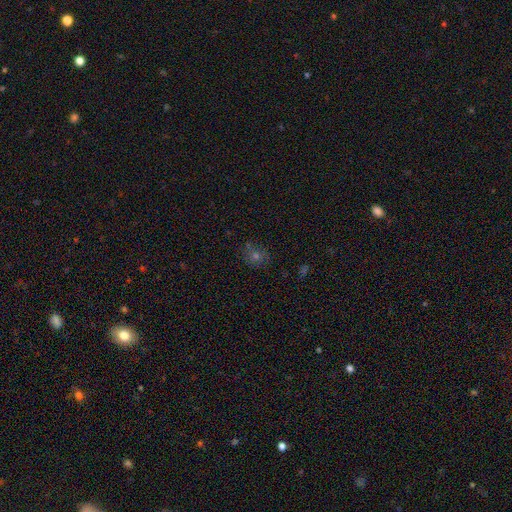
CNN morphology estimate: This appears to be a smooth galaxy with no disk features (52%) that is round (82%). Merging: none (79%).